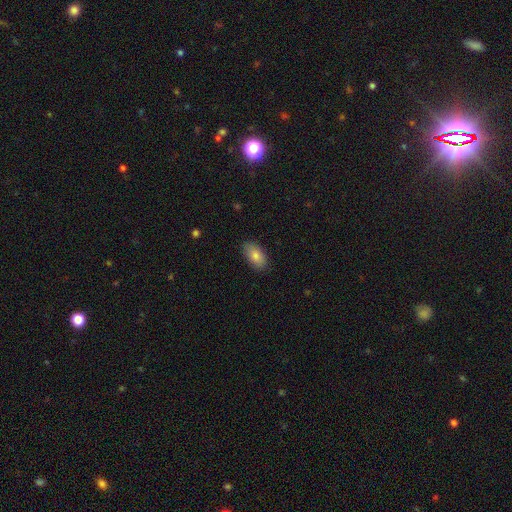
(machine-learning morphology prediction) A smooth galaxy with no disk features (84%) that is in between round and cigar-shaped (93%).

Vote fractions:
- Smooth or featured? smooth: 84% / featured or disk: 9% / star or artifact: 7%
- How rounded? in between: 93% / round: 4% / cigar-shaped: 2%
- Merging? none: 87% / minor disturbance: 10% / major disturbance: 2% / merger: 1%